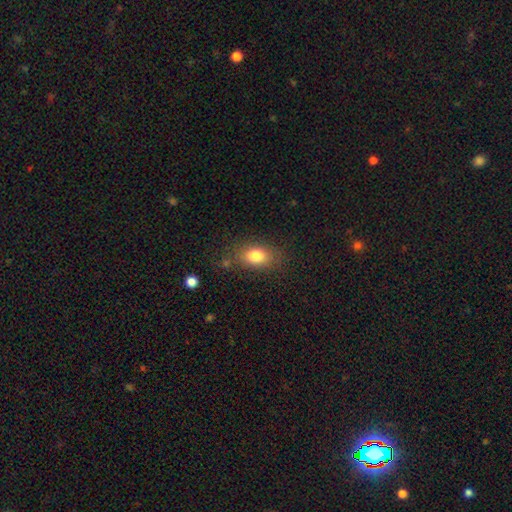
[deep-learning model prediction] Smooth or featured? Predicted: smooth (p=0.80). How rounded? Predicted: in between (p=0.79). Merging? Predicted: none (p=0.77).